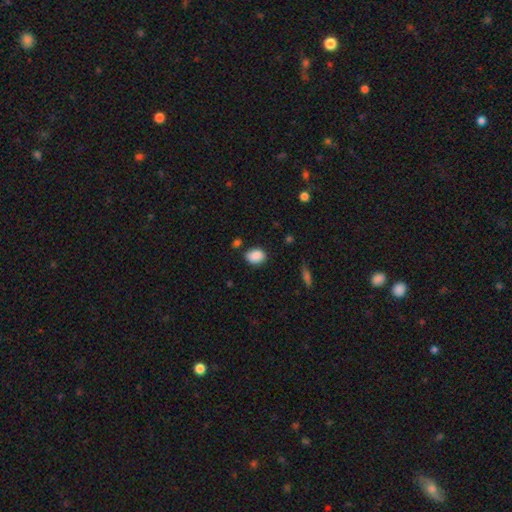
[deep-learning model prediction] The model was most divided on "how rounded": in between: 68%, round: 30%, cigar-shaped: 1%. More confident: smooth or featured — smooth (88%); merging — none (77%).